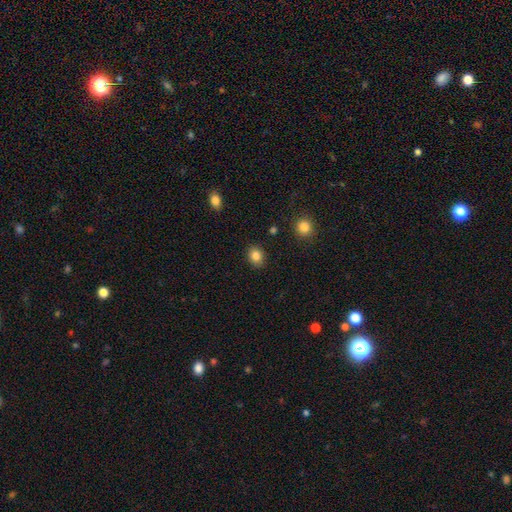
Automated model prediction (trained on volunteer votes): This appears to be a smooth galaxy with no disk features (85%) that is round (55%). Merging: none (88%).